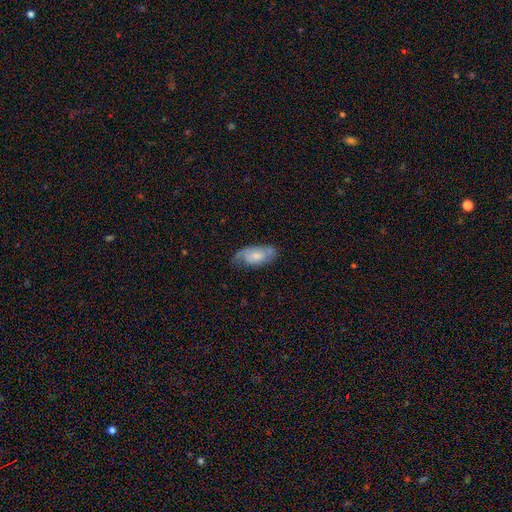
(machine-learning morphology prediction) Smooth or featured? featured or disk (47%)
Merging? none (54%)